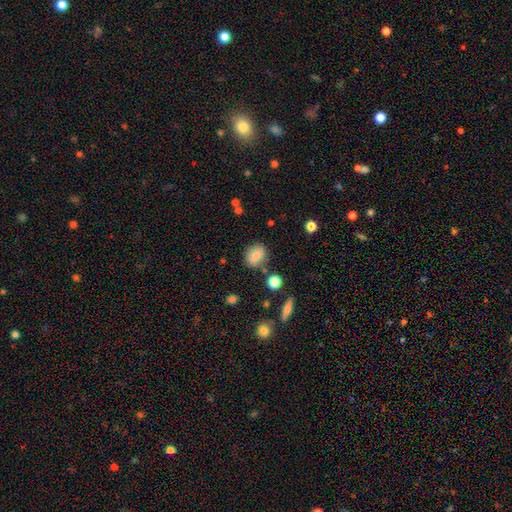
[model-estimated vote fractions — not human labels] This appears to be a smooth galaxy with no disk features (76%) that is round (51%). Merging: none (77%).